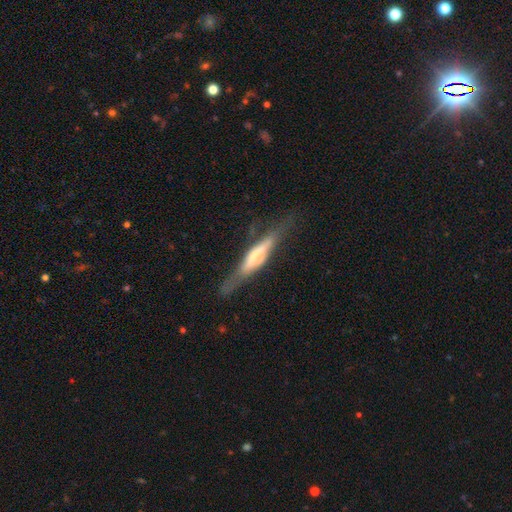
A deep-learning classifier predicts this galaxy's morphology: This appears to be a featured or disk galaxy (61%) viewed edge-on (90%) with a boxy central bulge (43%). Merging: none (68%).